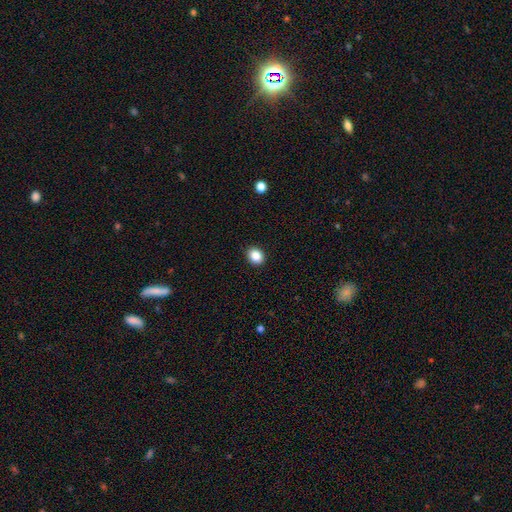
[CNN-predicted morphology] Q: Smooth or featured?
A: smooth (87%); runner-up: star or artifact (9%)
Q: How rounded?
A: round (51%); runner-up: in between (48%)
Q: Merging?
A: none (91%); runner-up: minor disturbance (6%)